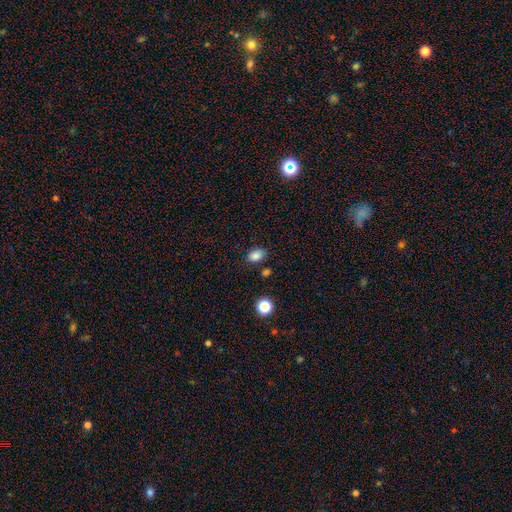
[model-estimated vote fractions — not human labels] This appears to be a smooth galaxy with no disk features (85%) that is in between round and cigar-shaped (77%). Merging: none (77%).